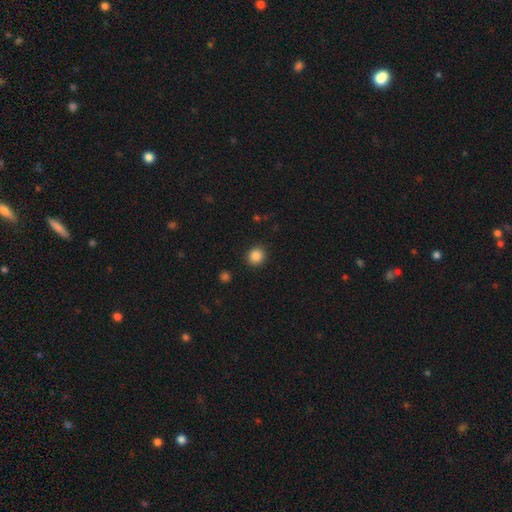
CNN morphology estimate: Smooth or featured? smooth (87%)
How rounded? round (88%)
Merging? none (90%)